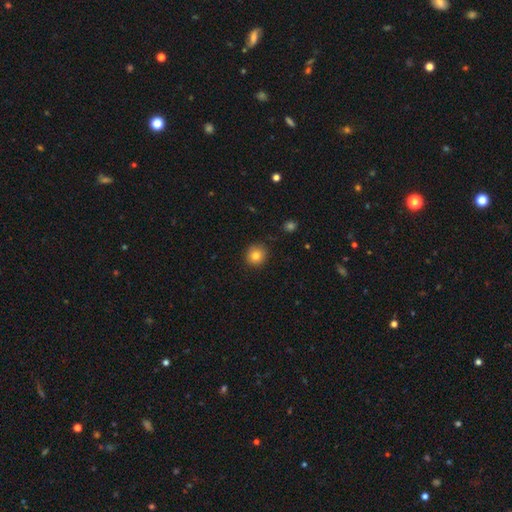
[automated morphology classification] The model was most divided on "smooth or featured": smooth: 82%, star or artifact: 11%, featured or disk: 7%. More confident: how rounded — round (91%); merging — none (88%).